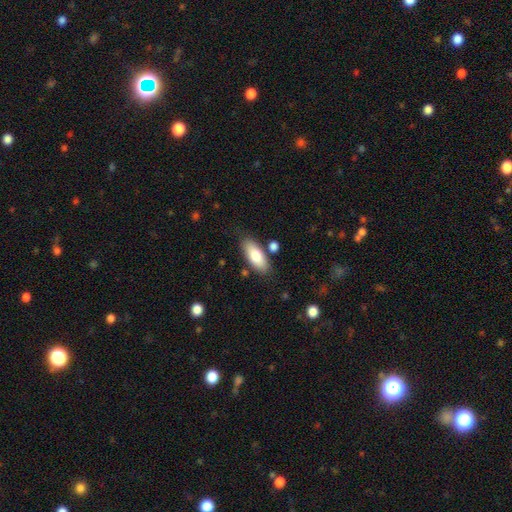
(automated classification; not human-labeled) Morphology: type=smooth (79%); roundness=in between (82%); merging=none (79%).